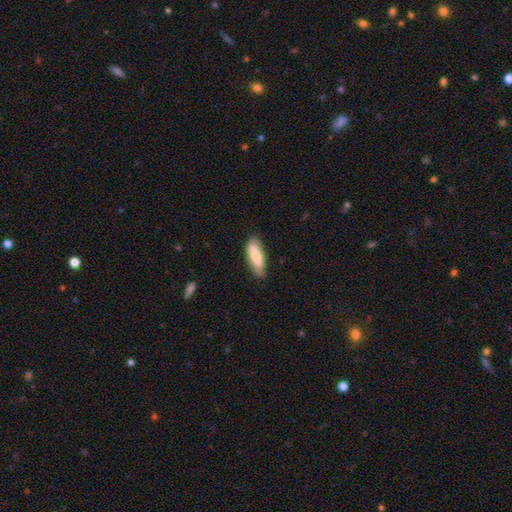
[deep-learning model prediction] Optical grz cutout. It shows a smooth galaxy with no disk features (75%) that is in between round and cigar-shaped (61%). Merging: none (79%).